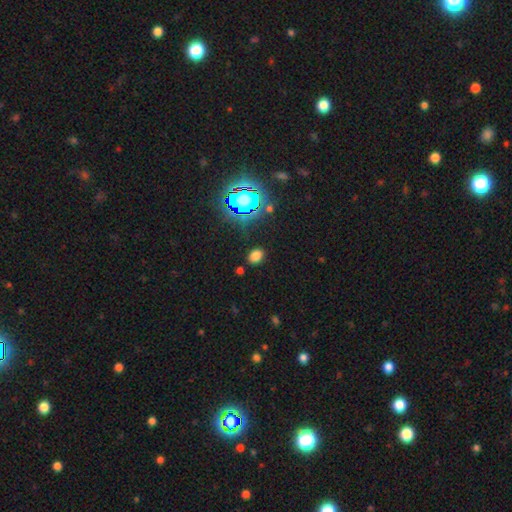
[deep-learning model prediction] Q: Smooth or featured?
A: smooth (70%); runner-up: star or artifact (24%)
Q: How rounded?
A: in between (68%); runner-up: round (30%)
Q: Merging?
A: none (85%); runner-up: minor disturbance (10%)